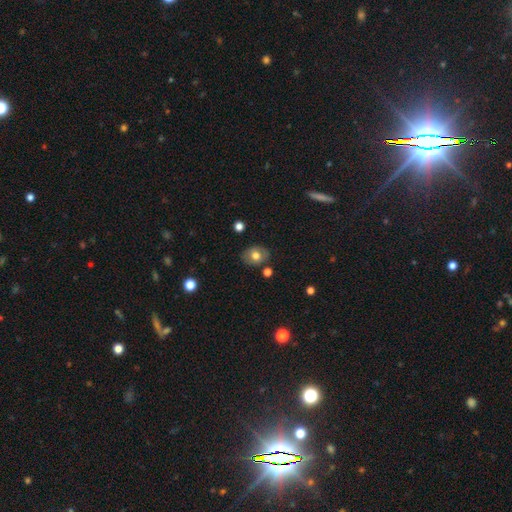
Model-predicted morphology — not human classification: This is likely a smooth galaxy (73%). How rounded: possibly in between (59%). Merging: clearly none (82%).